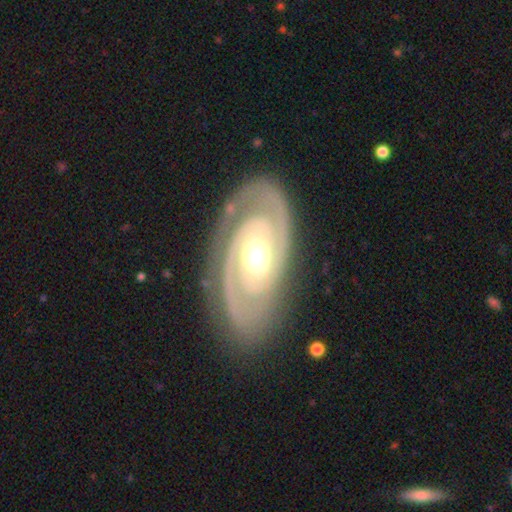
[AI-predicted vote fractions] featured or disk 91%, smooth 5%, star or artifact 4%. Down the decision tree: edge-on disk — no (96%); bar — no (65%); spiral arms — yes (96%); spiral arm count — 2 (87%); spiral winding — tight (69%); bulge size — moderate (72%); merging — none (82%).